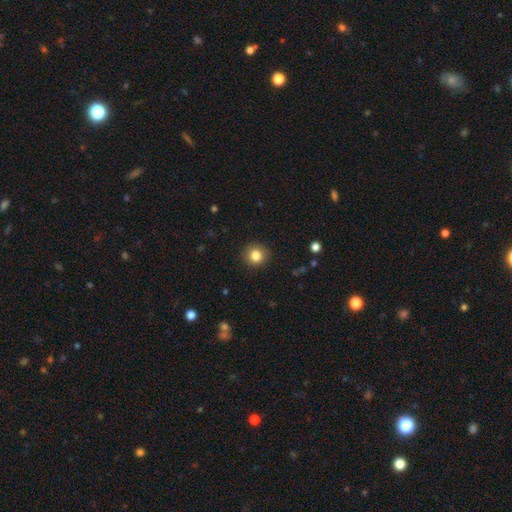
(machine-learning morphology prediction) A smooth galaxy with no disk features (83%) that is round (90%). Merging: none (91%).